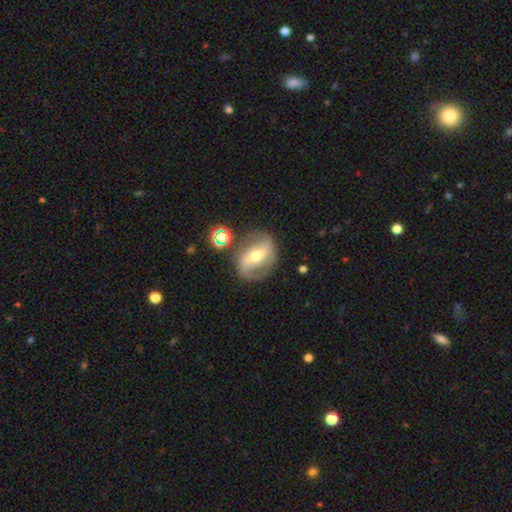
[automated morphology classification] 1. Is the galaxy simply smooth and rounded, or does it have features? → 79% featured or disk, 14% smooth, 7% star or artifact.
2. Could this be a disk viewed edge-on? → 96% no, 4% yes.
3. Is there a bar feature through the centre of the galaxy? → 45% strong, 33% weak, 22% no.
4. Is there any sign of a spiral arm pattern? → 87% yes, 13% no.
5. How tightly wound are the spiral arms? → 45% medium, 33% loose, 22% tight.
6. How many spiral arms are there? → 88% 2, 6% can't tell, 3% 1, 2% 3, 1% 4, 1% more than 4.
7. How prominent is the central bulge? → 66% moderate, 28% small, 4% large, 1% none, 1% dominant.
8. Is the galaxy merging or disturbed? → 78% none, 13% minor disturbance, 6% major disturbance, 3% merger.